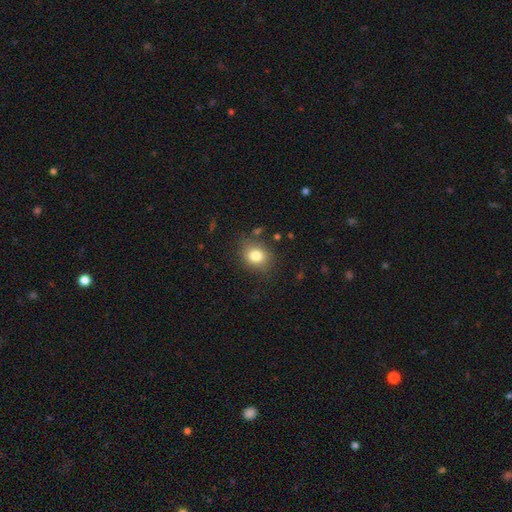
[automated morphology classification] A smooth galaxy with no disk features (81%) that is round (56%). Merging: none (80%).